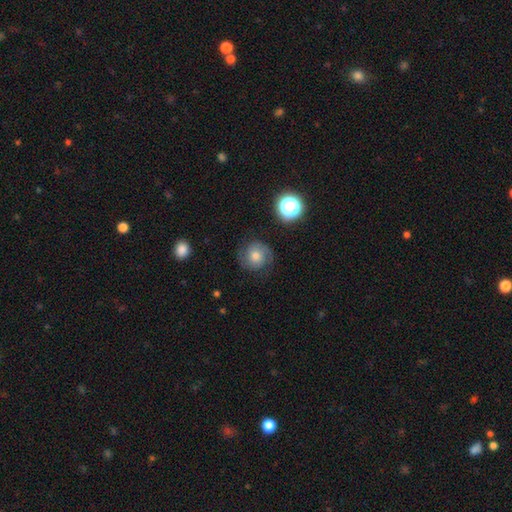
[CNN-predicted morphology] featured or disk 61%, smooth 26%, star or artifact 12%. Down the decision tree: edge-on disk — no (98%); bar — no (73%); spiral arms — yes (93%); spiral arm count — 2 (87%); spiral winding — tight (45%); bulge size — moderate (61%); merging — none (81%).